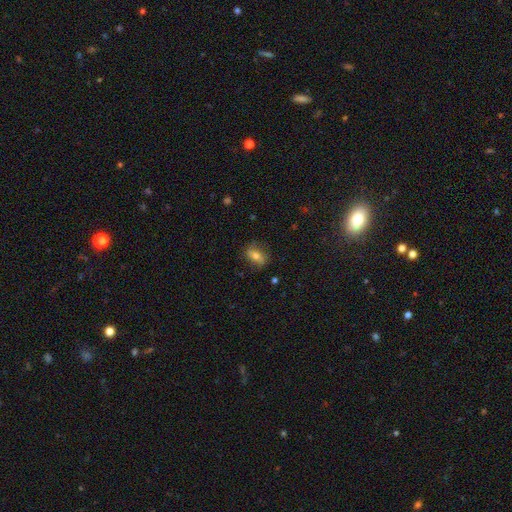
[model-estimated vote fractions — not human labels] Morphology: type=smooth (63%); roundness=in between (75%); merging=none (77%).